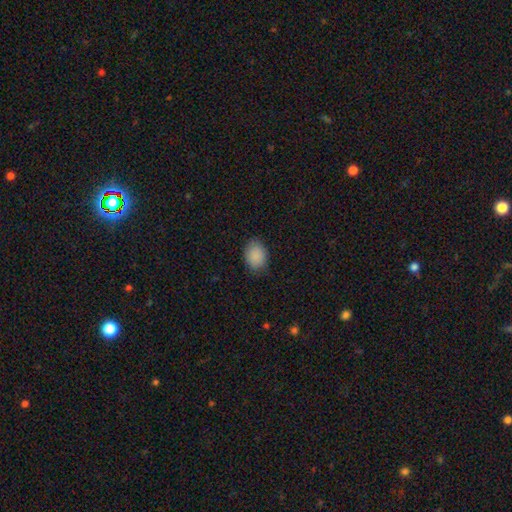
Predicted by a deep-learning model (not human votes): Smooth or featured? smooth (89%)
How rounded? in between (62%)
Merging? none (82%)